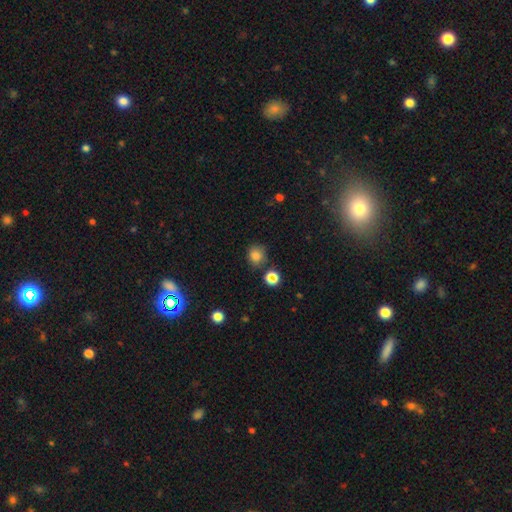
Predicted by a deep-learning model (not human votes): smooth 83%, star or artifact 13%, featured or disk 4%. Down the decision tree: how rounded — round (84%); merging — none (76%).